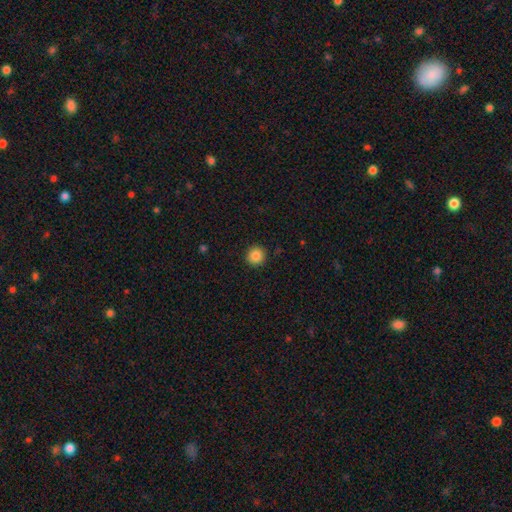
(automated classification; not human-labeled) This appears to be a smooth galaxy with no disk features (86%) that is round (95%). Merging: none (92%).